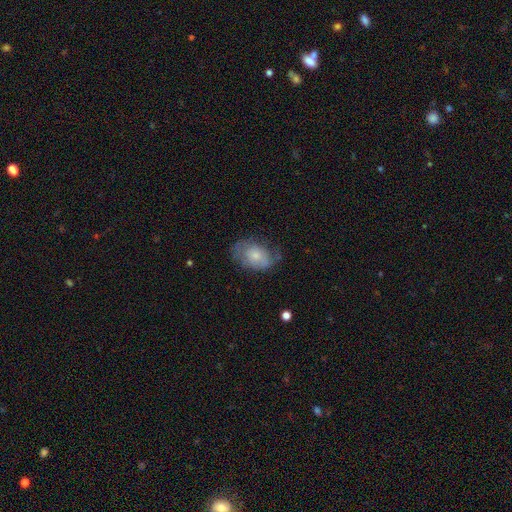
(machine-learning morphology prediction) smooth 55%, featured or disk 37%, star or artifact 7%. Down the decision tree: how rounded — in between (78%); merging — none (50%).